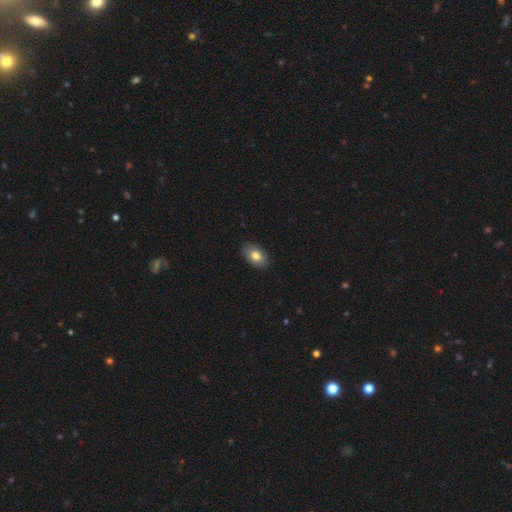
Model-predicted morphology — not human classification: This appears to be a smooth galaxy with no disk features (80%) that is in between round and cigar-shaped (88%). Merging: none (86%).